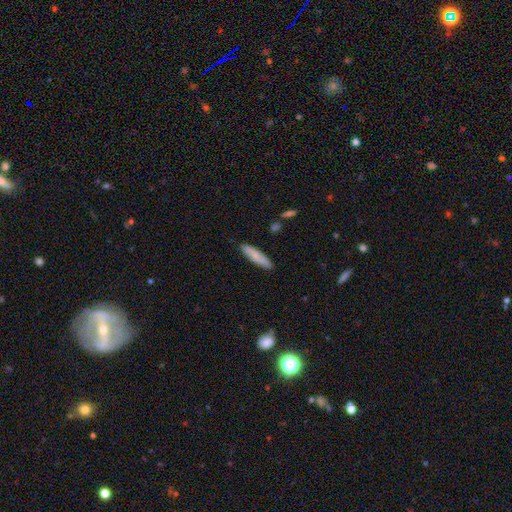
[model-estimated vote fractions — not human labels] Q: Smooth or featured?
A: smooth (80%); runner-up: featured or disk (14%)
Q: How rounded?
A: cigar-shaped (77%); runner-up: in between (22%)
Q: Merging?
A: none (87%); runner-up: minor disturbance (9%)